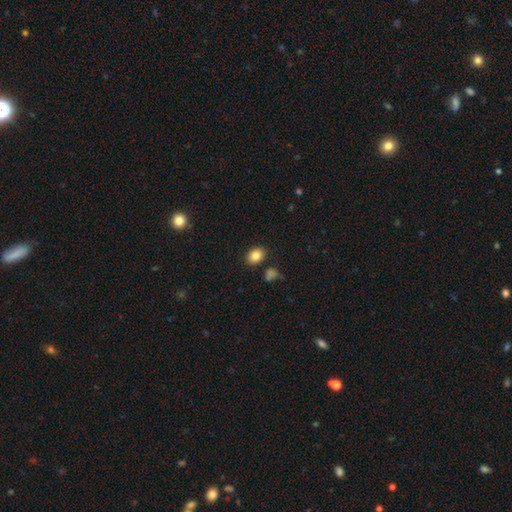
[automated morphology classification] A smooth galaxy with no disk features (85%) that is in between round and cigar-shaped (58%). Merging: none (85%).